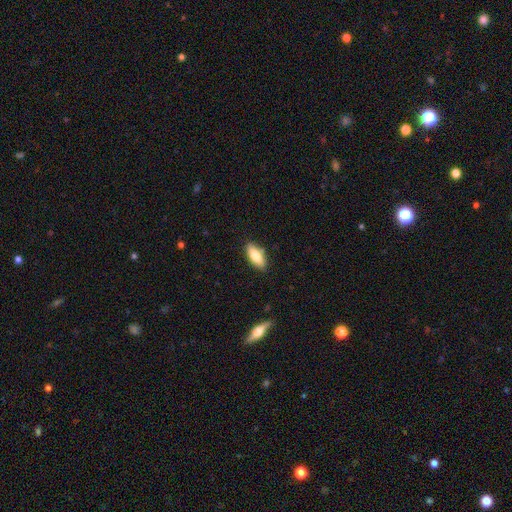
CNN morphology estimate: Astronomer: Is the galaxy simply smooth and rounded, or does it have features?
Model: smooth — 77%.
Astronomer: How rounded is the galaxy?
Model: in between — 77%.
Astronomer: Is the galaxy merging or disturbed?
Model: none — 84%.